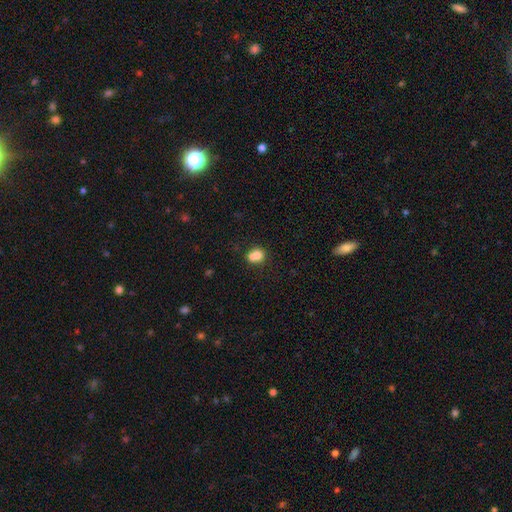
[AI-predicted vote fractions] Q: Smooth or featured?
A: smooth (73%); runner-up: featured or disk (16%)
Q: How rounded?
A: round (62%); runner-up: in between (37%)
Q: Merging?
A: merger (56%); runner-up: none (31%)